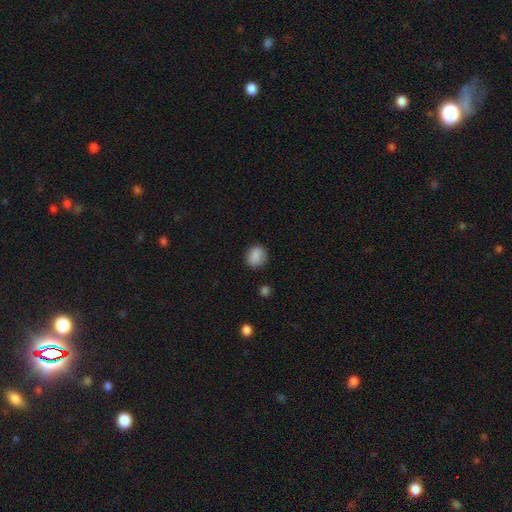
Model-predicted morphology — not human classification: This is clearly a smooth galaxy (86%). How rounded: likely round (65%). Merging: clearly none (83%).